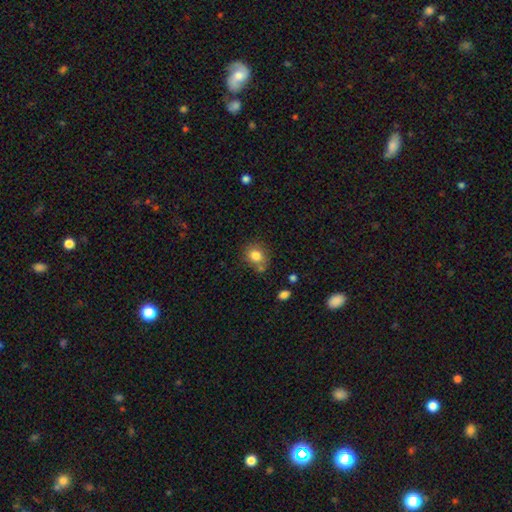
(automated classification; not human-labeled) Morphology: type=smooth (82%); roundness=round (68%); merging=none (67%).